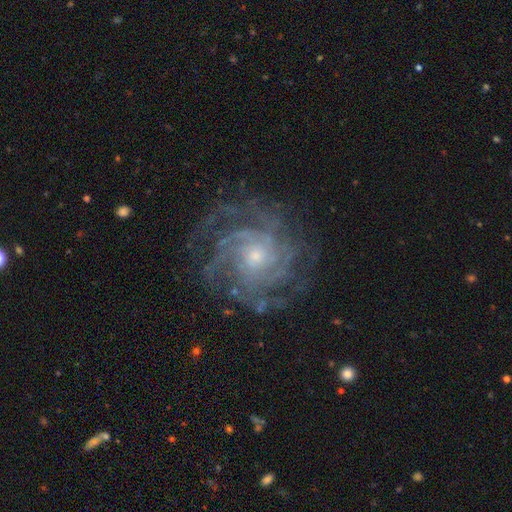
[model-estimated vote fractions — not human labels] This is clearly a featured or disk galaxy (88%). It is clearly not viewed edge-on (98%). Bar: likely no (76%). Spiral arm pattern: clearly yes (97%). Spiral arm count: marginally can't tell (25%). Spiral winding: likely tight (66%). Central bulge: likely small (64%). Merging: likely none (76%).